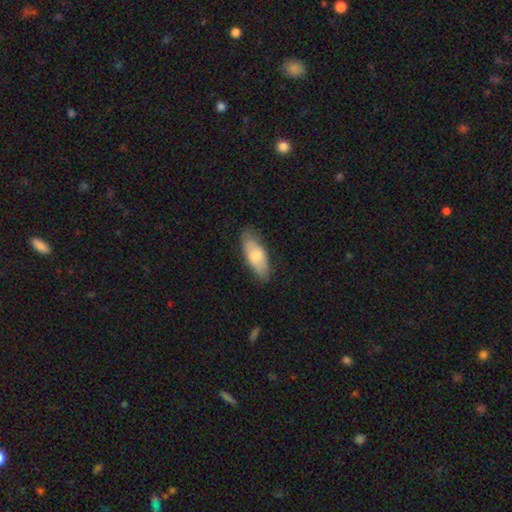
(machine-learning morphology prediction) This is likely a smooth galaxy (74%). How rounded: likely in between (75%). Merging: likely none (76%).